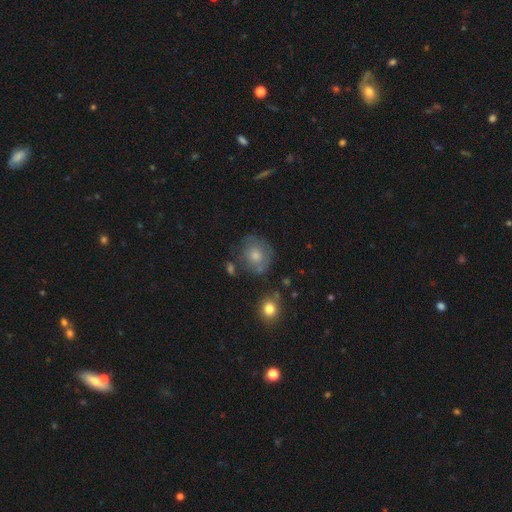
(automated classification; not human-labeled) The model was most divided on "smooth or featured": smooth: 61%, featured or disk: 29%, star or artifact: 10%. More confident: how rounded — round (72%); merging — none (61%).